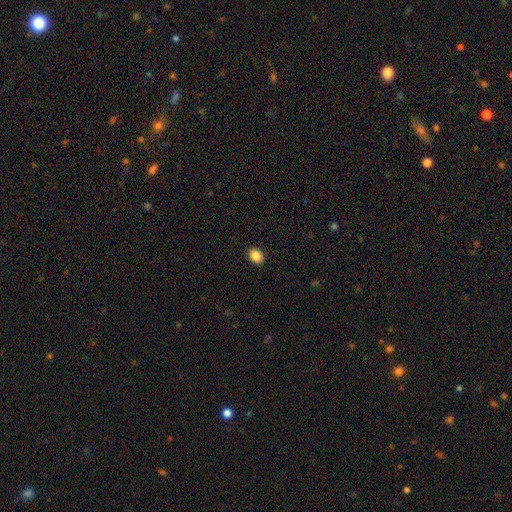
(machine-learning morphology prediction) A smooth galaxy with no disk features (86%) that is in between round and cigar-shaped (51%). Merging: none (91%).